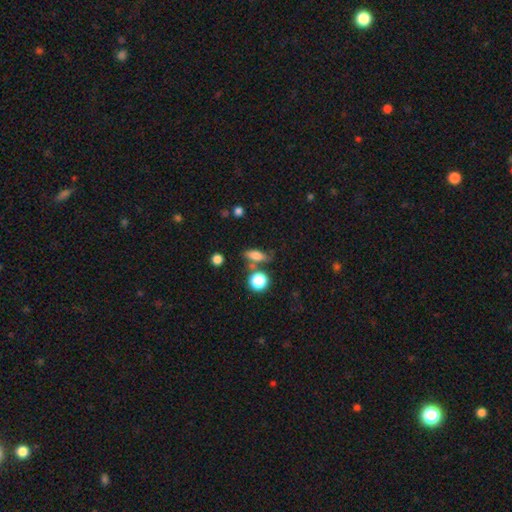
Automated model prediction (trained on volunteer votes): Smooth or featured? smooth (75%)
How rounded? in between (66%)
Merging? none (59%)